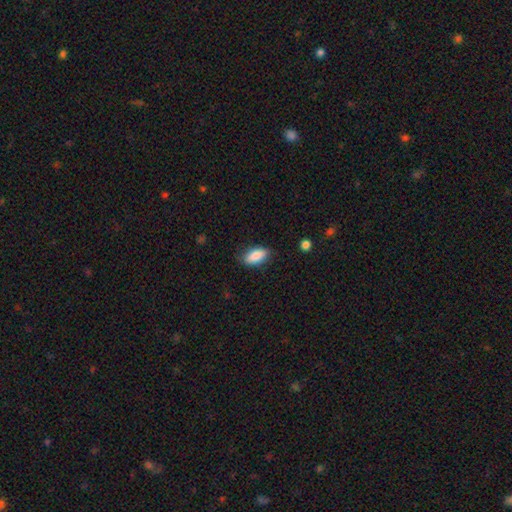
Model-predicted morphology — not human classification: smooth 84%, featured or disk 9%, star or artifact 7%. Down the decision tree: how rounded — in between (87%); merging — none (80%).